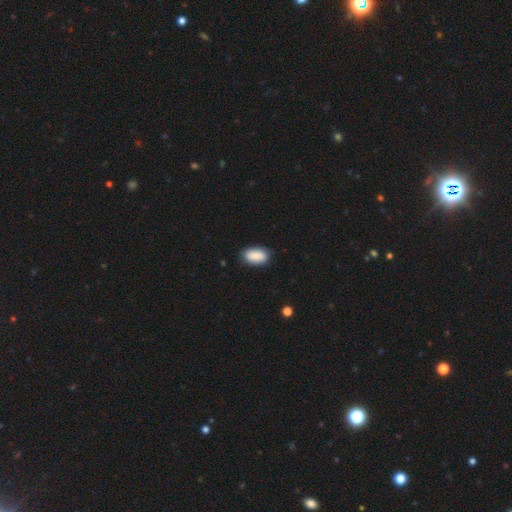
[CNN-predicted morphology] smooth-or-featured: smooth: 88% | star or artifact: 6% | featured or disk: 6%
  how-rounded: in between: 94% | round: 4% | cigar-shaped: 3%
  merging: none: 83% | minor disturbance: 14% | major disturbance: 2% | merger: 1%